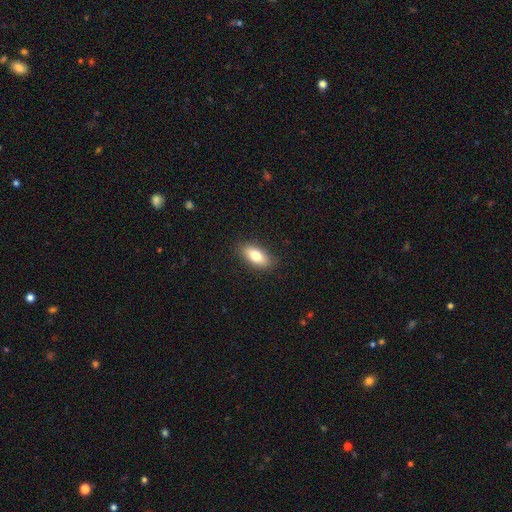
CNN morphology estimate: A smooth galaxy with no disk features (77%) that is in between round and cigar-shaped (84%).

Vote fractions:
- Smooth or featured? smooth: 77% / featured or disk: 16% / star or artifact: 7%
- How rounded? in between: 84% / cigar-shaped: 13% / round: 4%
- Merging? none: 88% / minor disturbance: 9% / major disturbance: 2% / merger: 1%